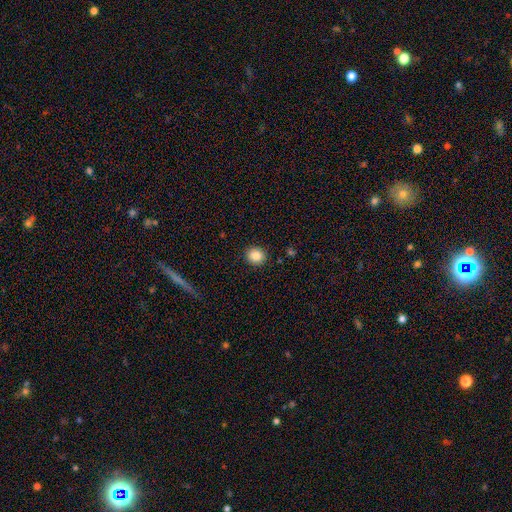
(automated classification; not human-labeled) The model was most divided on "how rounded": round: 81%, in between: 18%, cigar-shaped: 1%. More confident: merging — none (91%); smooth or featured — smooth (86%).